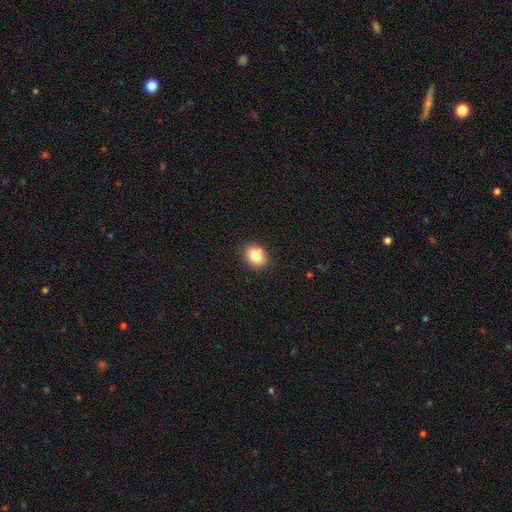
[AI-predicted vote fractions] This is clearly a smooth galaxy (82%). How rounded: possibly in between (57%). Merging: clearly none (85%).